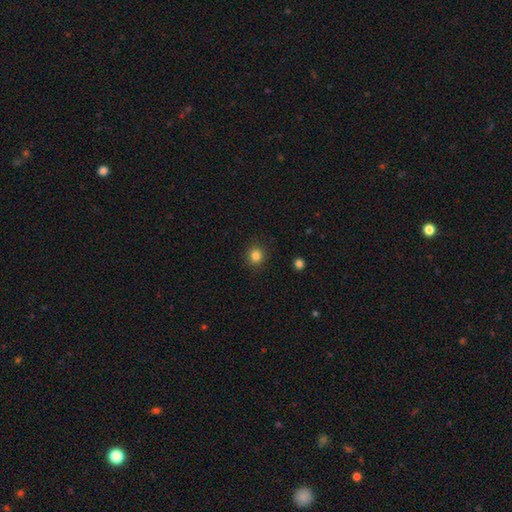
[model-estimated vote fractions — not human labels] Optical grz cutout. It shows a smooth galaxy with no disk features (84%) that is round (88%). Merging: none (90%).